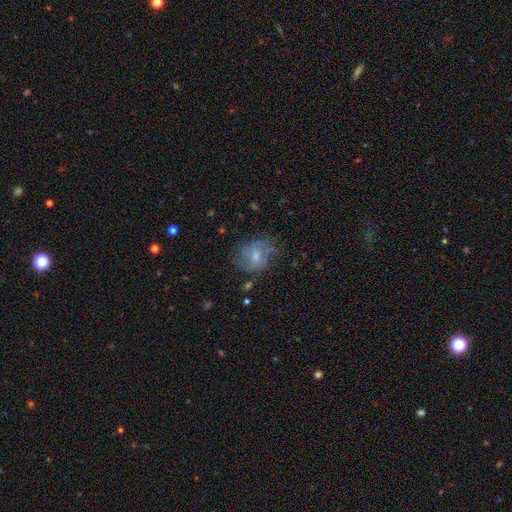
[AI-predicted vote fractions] smooth-or-featured: featured or disk: 50% | smooth: 35% | star or artifact: 15%
  merging: none: 69% | minor disturbance: 20% | major disturbance: 10% | merger: 2%